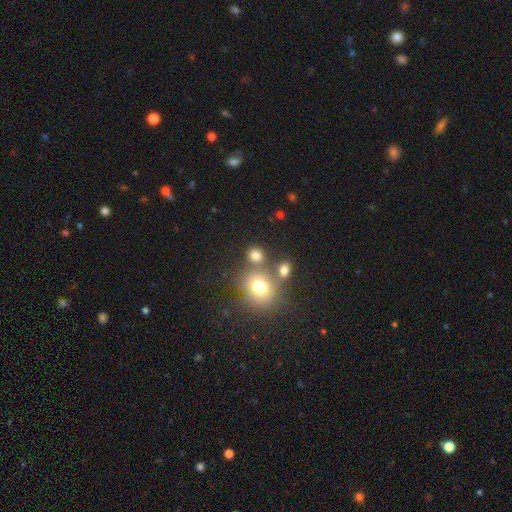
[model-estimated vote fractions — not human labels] A smooth galaxy with no disk features (76%) that is round (76%).

Vote fractions:
- Smooth or featured? smooth: 76% / star or artifact: 16% / featured or disk: 8%
- How rounded? round: 76% / in between: 22% / cigar-shaped: 1%
- Merging? none: 64% / merger: 21% / minor disturbance: 10% / major disturbance: 5%